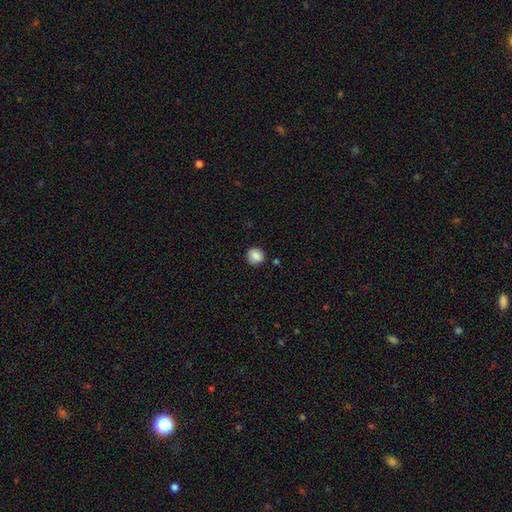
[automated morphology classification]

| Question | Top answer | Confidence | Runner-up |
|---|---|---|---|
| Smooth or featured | smooth | 84% | star or artifact (9%) |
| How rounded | round | 87% | in between (12%) |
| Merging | none | 84% | minor disturbance (11%) |